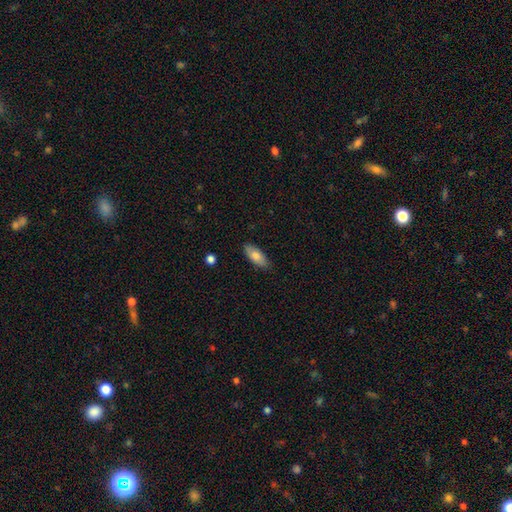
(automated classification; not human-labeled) Overall: smooth (78%). How rounded: in between (82%). Merging: none (84%).